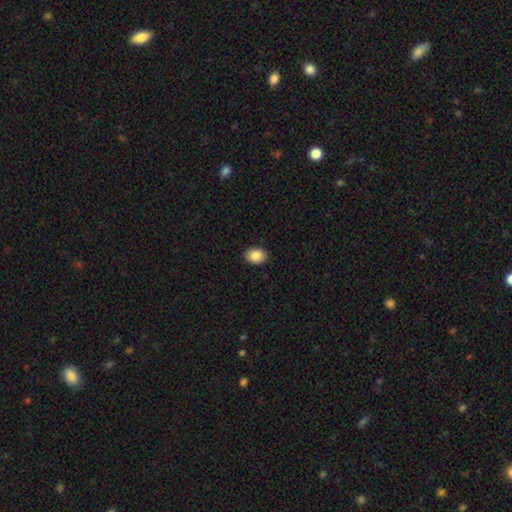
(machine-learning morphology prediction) This appears to be a smooth galaxy with no disk features (88%) that is in between round and cigar-shaped (67%). Merging: none (90%).